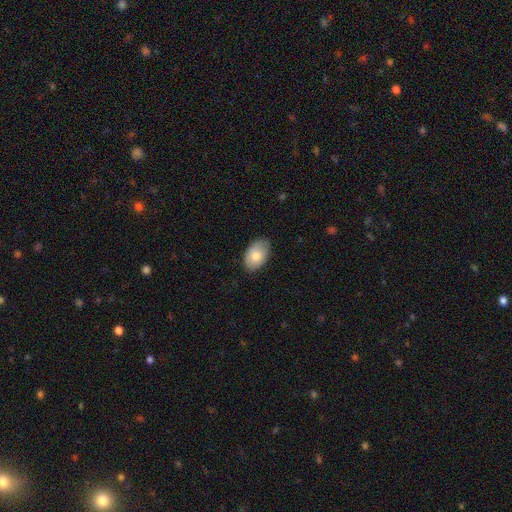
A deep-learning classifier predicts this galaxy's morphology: smooth-or-featured: smooth: 79% | featured or disk: 14% | star or artifact: 6%
  how-rounded: in between: 90% | round: 9% | cigar-shaped: 1%
  merging: none: 82% | minor disturbance: 14% | major disturbance: 2% | merger: 1%